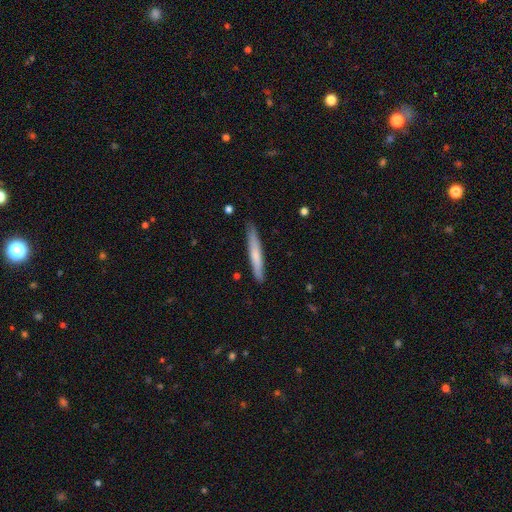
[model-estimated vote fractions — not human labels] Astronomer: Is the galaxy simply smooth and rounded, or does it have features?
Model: smooth — 66%.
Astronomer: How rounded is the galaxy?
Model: cigar-shaped — 95%.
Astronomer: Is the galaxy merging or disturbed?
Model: none — 87%.